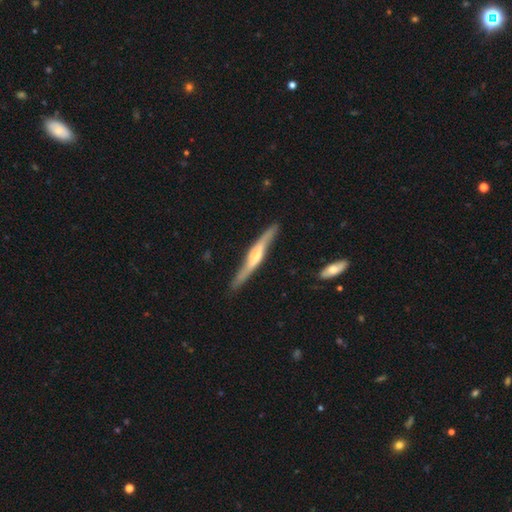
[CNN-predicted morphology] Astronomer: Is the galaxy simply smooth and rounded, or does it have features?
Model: featured or disk — 71%.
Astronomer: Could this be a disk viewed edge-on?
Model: yes — 86%.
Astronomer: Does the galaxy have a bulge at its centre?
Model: rounded — 68%.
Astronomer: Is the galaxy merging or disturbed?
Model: none — 80%.